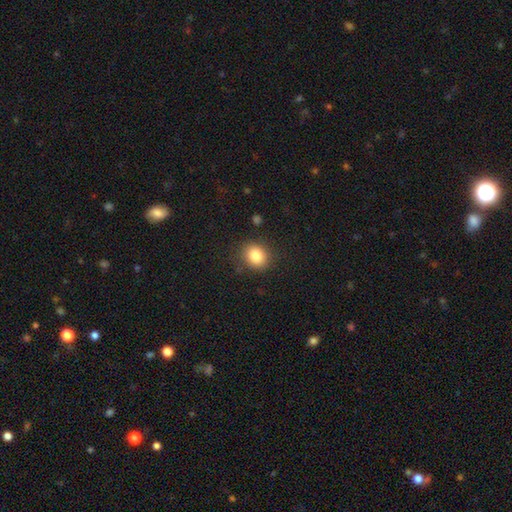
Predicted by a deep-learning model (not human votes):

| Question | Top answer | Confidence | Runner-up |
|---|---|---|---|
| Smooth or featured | smooth | 84% | star or artifact (10%) |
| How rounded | round | 67% | in between (32%) |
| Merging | none | 85% | minor disturbance (10%) |